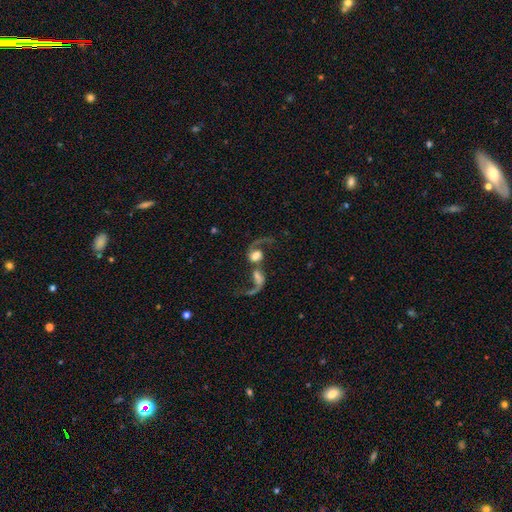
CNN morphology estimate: smooth-or-featured: featured or disk: 63% | smooth: 27% | star or artifact: 10%
  disk-edge-on: no: 97% | yes: 3%
    bar: no: 64% | weak: 26% | strong: 10%
    has-spiral-arms: yes: 81% | no: 19%
    bulge-size: moderate: 35% | large: 31% | small: 15% | none: 10% | dominant: 9%
  merging: merger: 72% | major disturbance: 12% | none: 12% | minor disturbance: 5%